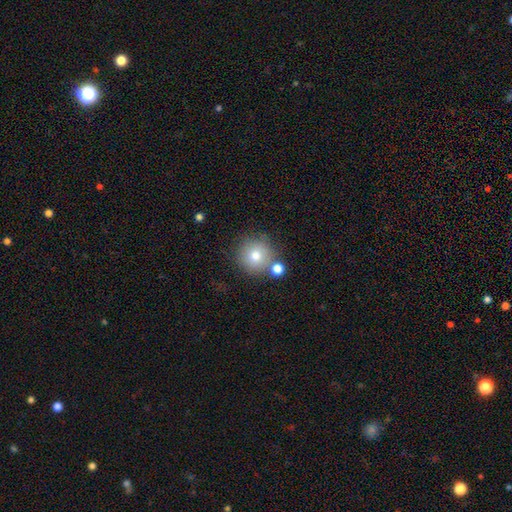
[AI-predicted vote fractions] Smooth or featured? Predicted: smooth (p=0.76). How rounded? Predicted: round (p=0.94). Merging? Predicted: none (p=0.70).